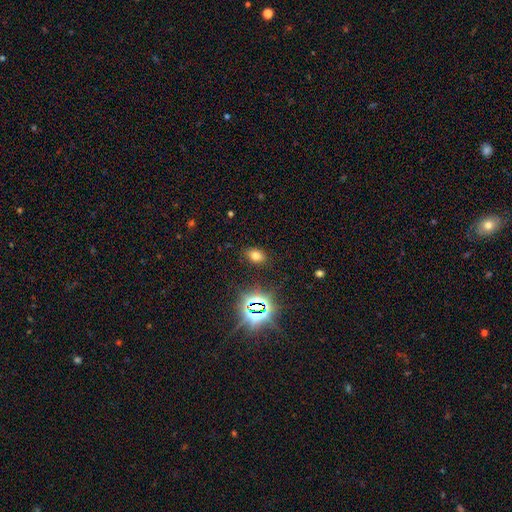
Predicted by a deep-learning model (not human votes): Morphology: type=smooth (65%); roundness=in between (77%); merging=none (85%).